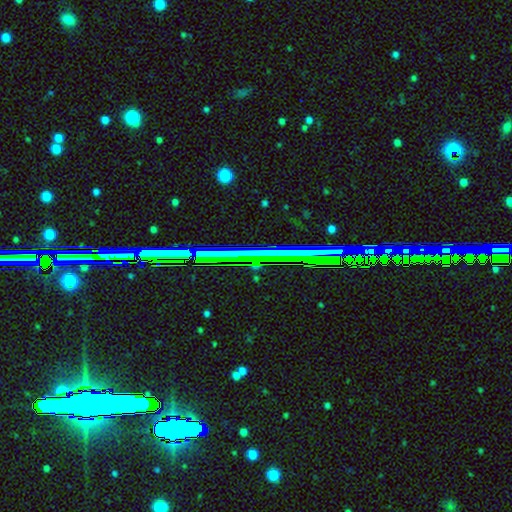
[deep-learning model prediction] This appears to be a star or artifact, not a galaxy (71%).